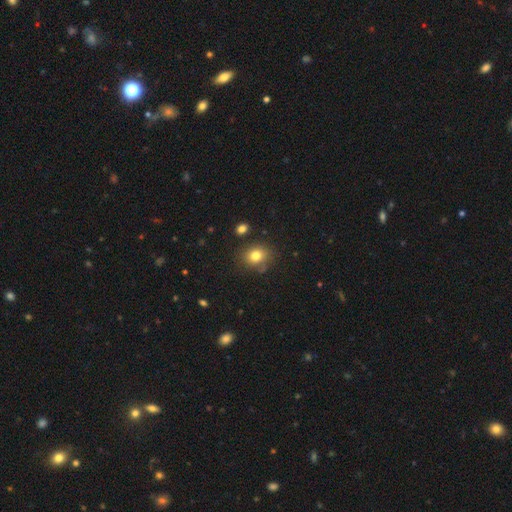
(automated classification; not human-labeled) Q: Smooth or featured?
A: smooth (79%); runner-up: star or artifact (12%)
Q: How rounded?
A: round (64%); runner-up: in between (35%)
Q: Merging?
A: none (78%); runner-up: minor disturbance (14%)